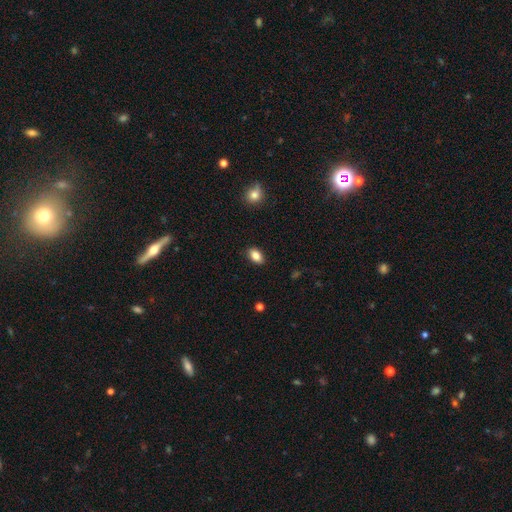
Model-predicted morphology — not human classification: Overall: smooth (85%). How rounded: in between (89%). Merging: none (88%).